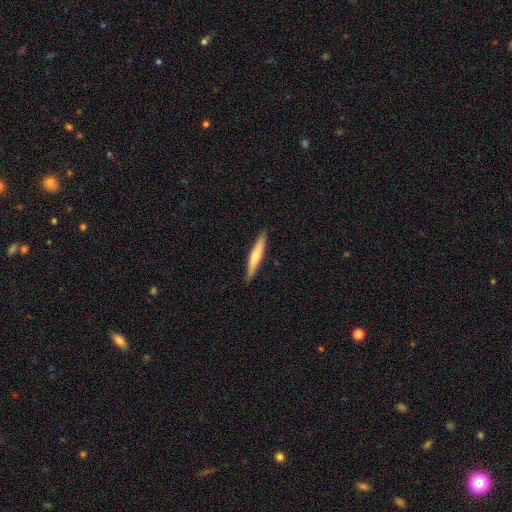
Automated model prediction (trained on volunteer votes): Q: Smooth or featured?
A: smooth (54%); runner-up: featured or disk (41%)
Q: How rounded?
A: cigar-shaped (92%); runner-up: in between (6%)
Q: Merging?
A: none (89%); runner-up: minor disturbance (8%)